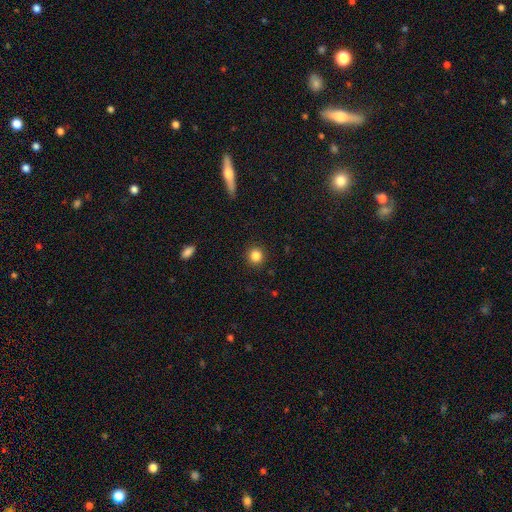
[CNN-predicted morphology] This is clearly a smooth galaxy (85%). How rounded: clearly round (91%). Merging: clearly none (91%).